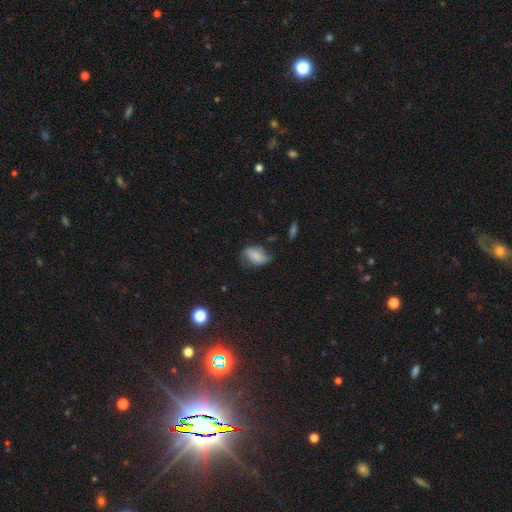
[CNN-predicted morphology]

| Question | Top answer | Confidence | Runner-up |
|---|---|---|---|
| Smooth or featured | smooth | 56% | featured or disk (34%) |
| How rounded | in between | 84% | round (13%) |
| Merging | none | 48% | minor disturbance (33%) |